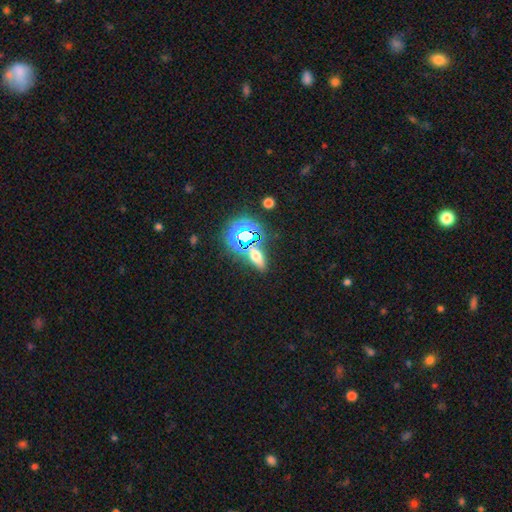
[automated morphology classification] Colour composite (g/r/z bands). It shows a smooth galaxy with no disk features (47%). Merging: none (76%).